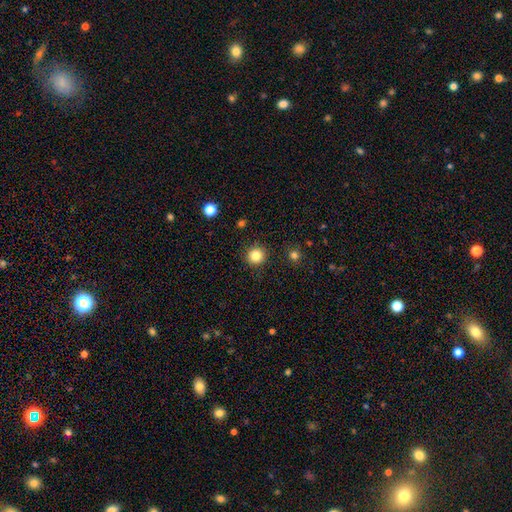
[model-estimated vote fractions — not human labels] Smooth or featured: smooth — 84% (star or artifact — 12%)
How rounded: round — 94% (in between — 5%)
Merging: none — 91% (minor disturbance — 6%)